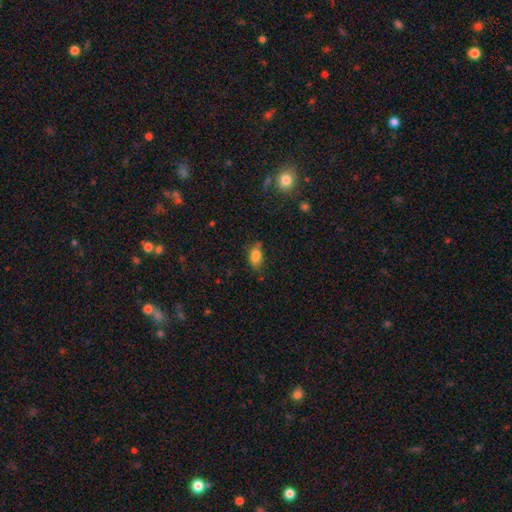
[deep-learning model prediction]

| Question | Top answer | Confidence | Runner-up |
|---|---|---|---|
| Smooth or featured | smooth | 82% | star or artifact (11%) |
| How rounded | in between | 86% | round (9%) |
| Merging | none | 63% | minor disturbance (22%) |